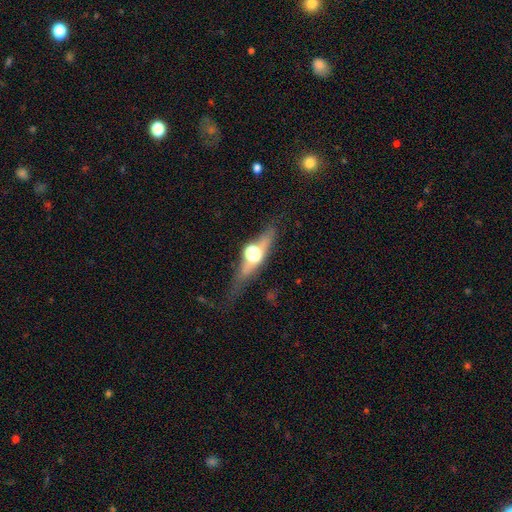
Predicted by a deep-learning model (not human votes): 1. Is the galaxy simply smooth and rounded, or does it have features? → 73% featured or disk, 18% smooth, 9% star or artifact.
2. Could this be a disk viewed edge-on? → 93% yes, 7% no.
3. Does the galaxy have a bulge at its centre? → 93% rounded, 4% boxy, 3% none.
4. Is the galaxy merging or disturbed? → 71% none, 18% minor disturbance, 8% major disturbance, 3% merger.